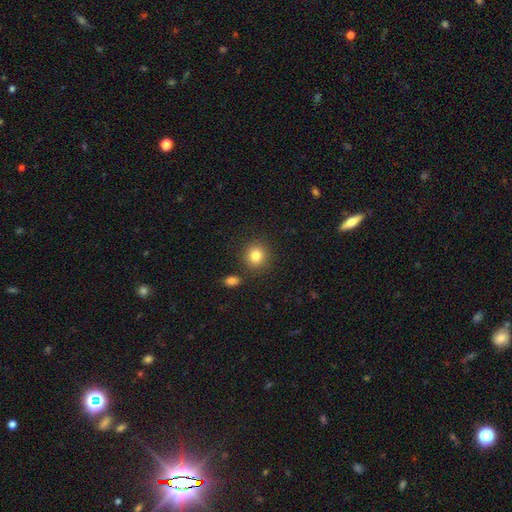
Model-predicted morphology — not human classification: smooth_or_featured: smooth (p=0.83) [alt: star or artifact p=0.11]
how_rounded: round (p=0.87) [alt: in between p=0.12]
merging: none (p=0.85) [alt: minor disturbance p=0.08]